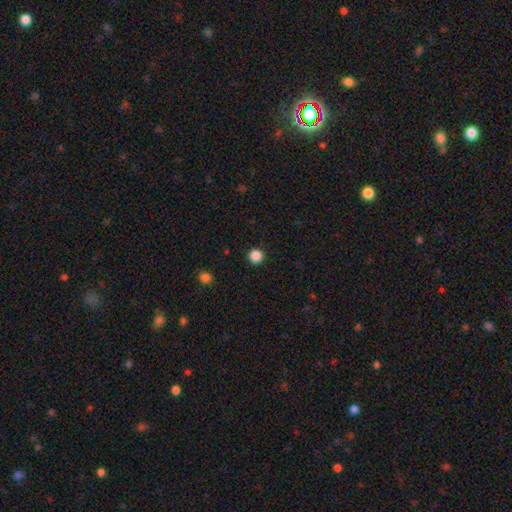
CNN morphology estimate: Smooth or featured? Predicted: smooth (p=0.87). How rounded? Predicted: round (p=0.95). Merging? Predicted: none (p=0.93).